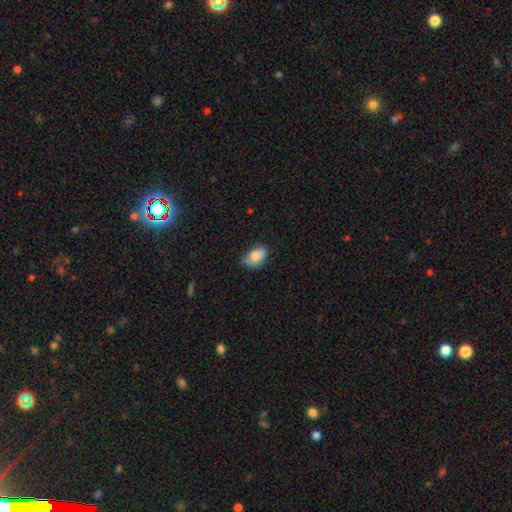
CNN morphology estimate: Smooth or featured: smooth — 85% (featured or disk — 8%)
How rounded: in between — 87% (round — 11%)
Merging: none — 70% (minor disturbance — 25%)